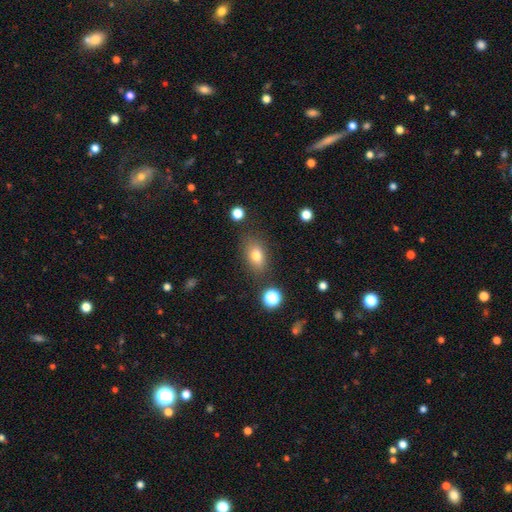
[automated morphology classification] smooth-or-featured: smooth: 76% | star or artifact: 12% | featured or disk: 12%
  how-rounded: in between: 79% | round: 18% | cigar-shaped: 3%
  merging: none: 79% | minor disturbance: 13% | major disturbance: 4% | merger: 3%